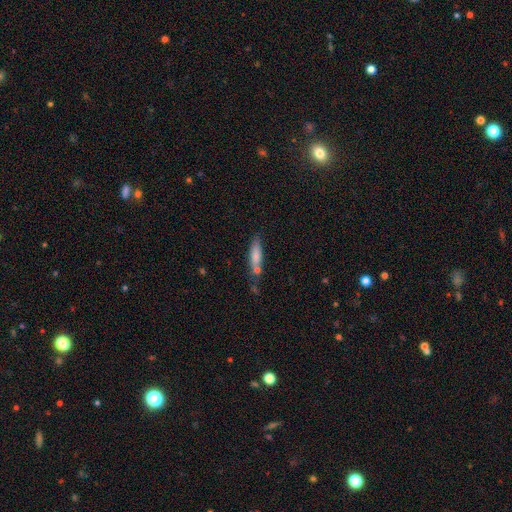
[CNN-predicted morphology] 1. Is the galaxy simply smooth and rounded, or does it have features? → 75% smooth, 18% featured or disk, 7% star or artifact.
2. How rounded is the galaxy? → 70% cigar-shaped, 28% in between, 2% round.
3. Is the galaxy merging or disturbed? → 54% none, 21% minor disturbance, 19% merger, 7% major disturbance.